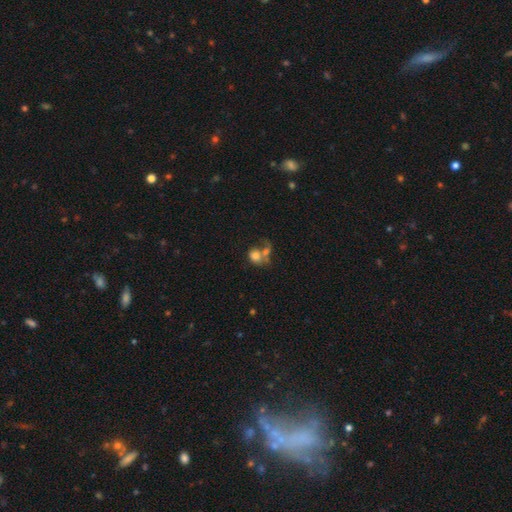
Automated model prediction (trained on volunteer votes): Smooth or featured? smooth (70%)
How rounded? round (56%)
Merging? merger (51%)